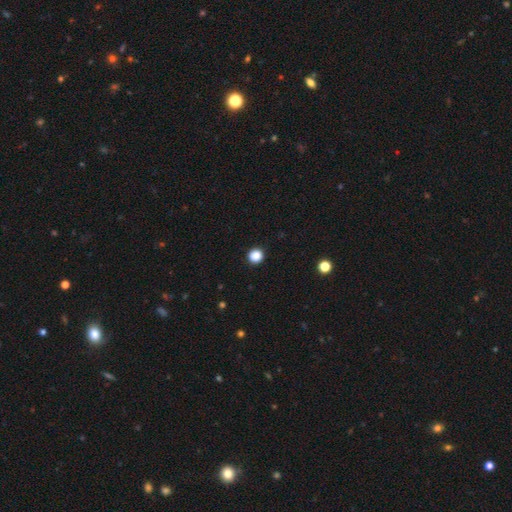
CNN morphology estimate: This appears to be a smooth galaxy with no disk features (87%) that is round (93%). Merging: none (93%).